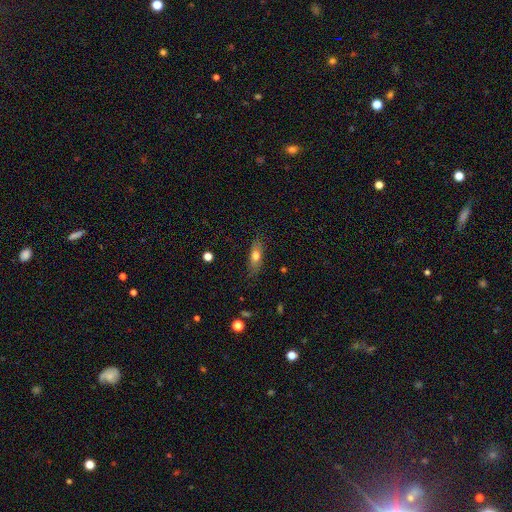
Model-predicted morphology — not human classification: A smooth galaxy with no disk features (67%) that is in between round and cigar-shaped (63%).

Vote fractions:
- Smooth or featured? smooth: 67% / featured or disk: 25% / star or artifact: 8%
- How rounded? in between: 63% / cigar-shaped: 33% / round: 5%
- Merging? none: 79% / minor disturbance: 16% / major disturbance: 4% / merger: 1%